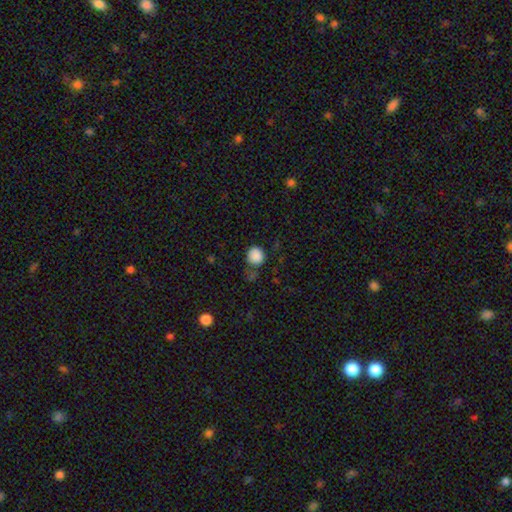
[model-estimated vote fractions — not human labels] The model was most divided on "merging": none: 71%, minor disturbance: 17%, merger: 7%, major disturbance: 6%. More confident: smooth or featured — smooth (87%); how rounded — round (85%).